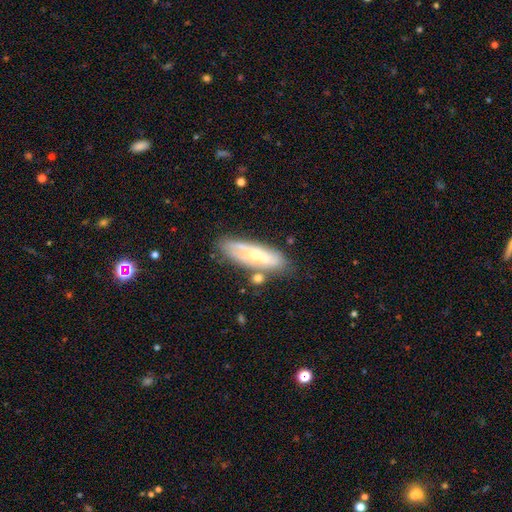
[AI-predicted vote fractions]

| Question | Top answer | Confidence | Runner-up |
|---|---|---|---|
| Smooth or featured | featured or disk | 50% | smooth (44%) |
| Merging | none | 65% | minor disturbance (20%) |